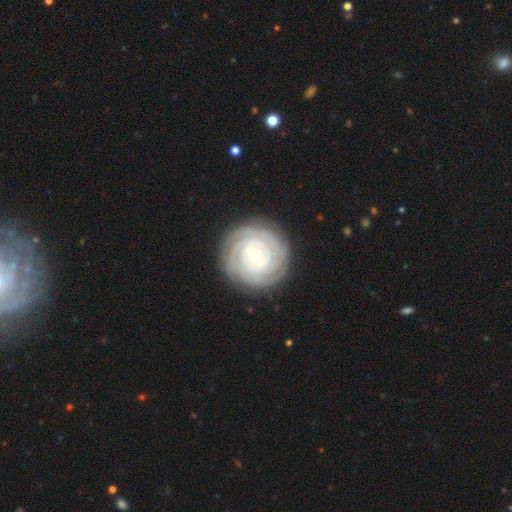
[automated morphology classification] featured or disk 90%, smooth 6%, star or artifact 4%. Down the decision tree: edge-on disk — no (98%); bar — weak (46%); spiral arms — yes (98%); spiral arm count — 3 (25%); spiral winding — tight (91%); bulge size — moderate (63%); merging — none (86%).